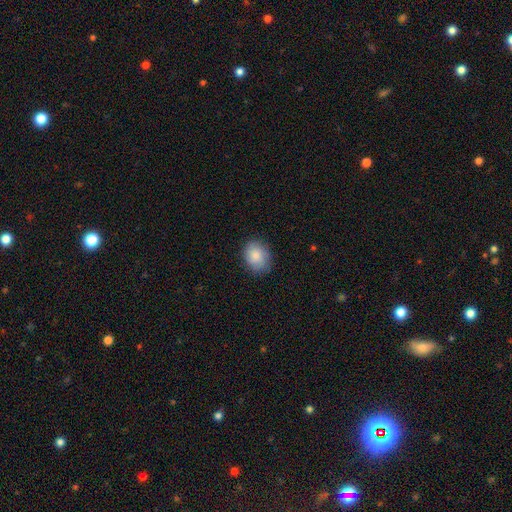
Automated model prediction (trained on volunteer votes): Smooth or featured? Predicted: smooth (p=0.84). How rounded? Predicted: in between (p=0.53). Merging? Predicted: none (p=0.81).